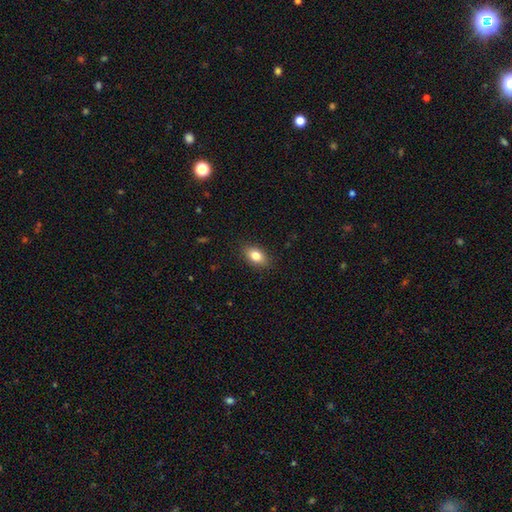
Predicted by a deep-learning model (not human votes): This is clearly a smooth galaxy (81%). How rounded: clearly in between (86%). Merging: clearly none (88%).